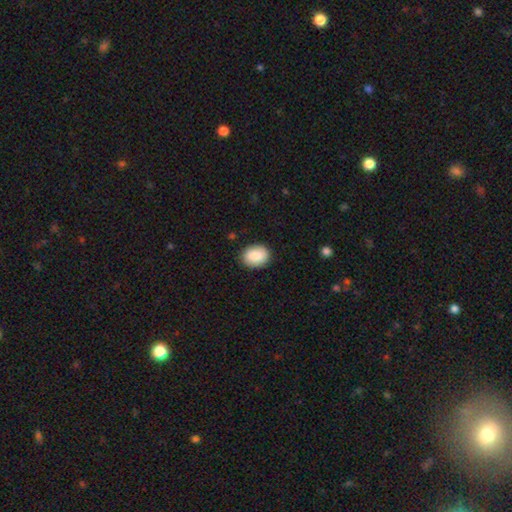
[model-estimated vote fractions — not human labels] smooth 86%, featured or disk 8%, star or artifact 7%. Down the decision tree: how rounded — in between (66%); merging — none (87%).